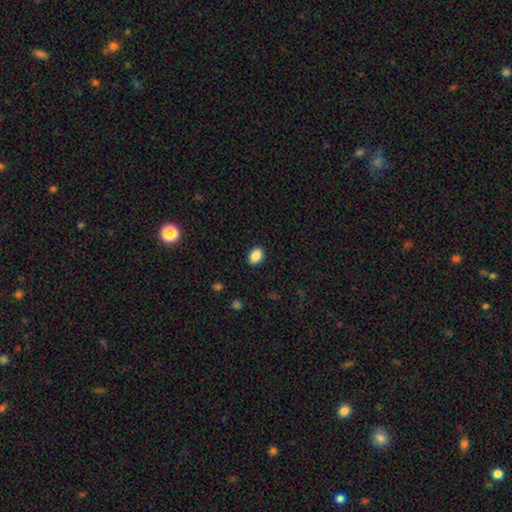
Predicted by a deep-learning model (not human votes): The model was most divided on "how rounded": in between: 72%, round: 27%, cigar-shaped: 1%. More confident: merging — none (90%); smooth or featured — smooth (87%).